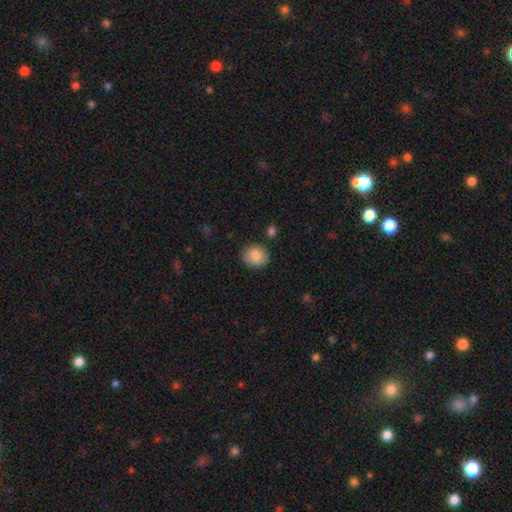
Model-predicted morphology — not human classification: Smooth or featured? Predicted: smooth (p=0.87). How rounded? Predicted: round (p=0.80). Merging? Predicted: none (p=0.87).